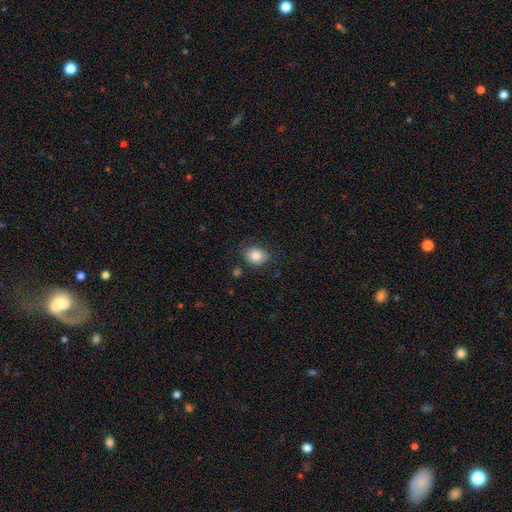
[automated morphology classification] Q: Smooth or featured?
A: smooth (84%); runner-up: star or artifact (9%)
Q: How rounded?
A: round (52%); runner-up: in between (47%)
Q: Merging?
A: none (79%); runner-up: minor disturbance (15%)